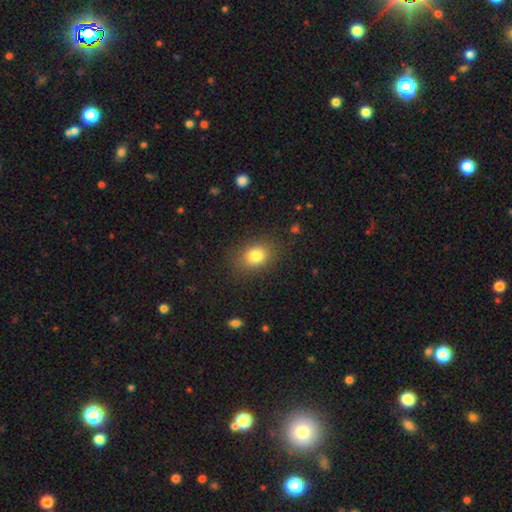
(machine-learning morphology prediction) Overall: smooth (81%). How rounded: in between (59%; round 40%). Merging: none (83%).